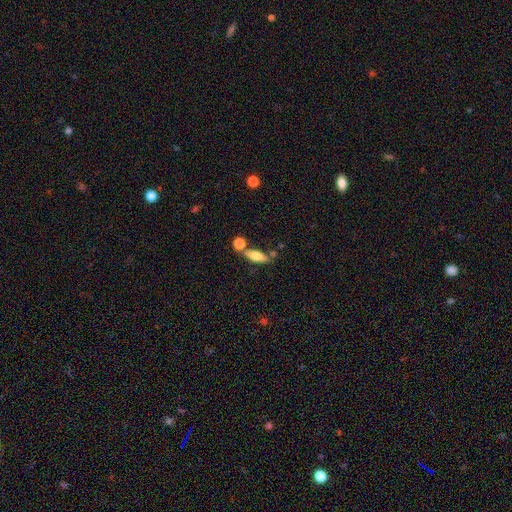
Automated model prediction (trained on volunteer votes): Smooth or featured?
  - smooth: 71% *
  - featured or disk: 21%
  - star or artifact: 8%
How rounded?
  - in between: 57% *
  - cigar-shaped: 39%
  - round: 4%
Merging?
  - none: 63% *
  - merger: 19%
  - minor disturbance: 14%
  - major disturbance: 4%